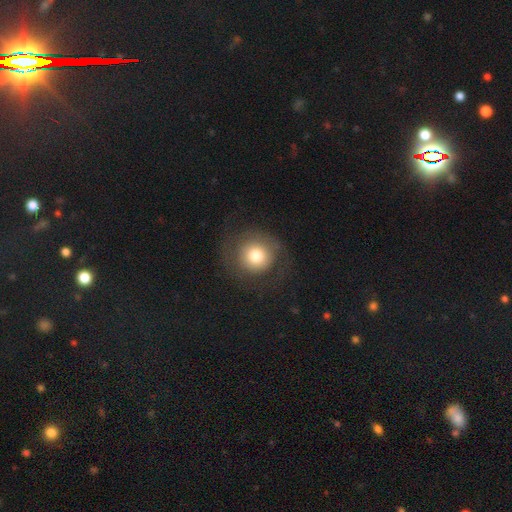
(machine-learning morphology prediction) Smooth or featured: smooth — 71% (featured or disk — 19%)
How rounded: round — 93% (in between — 6%)
Merging: none — 72% (minor disturbance — 14%)